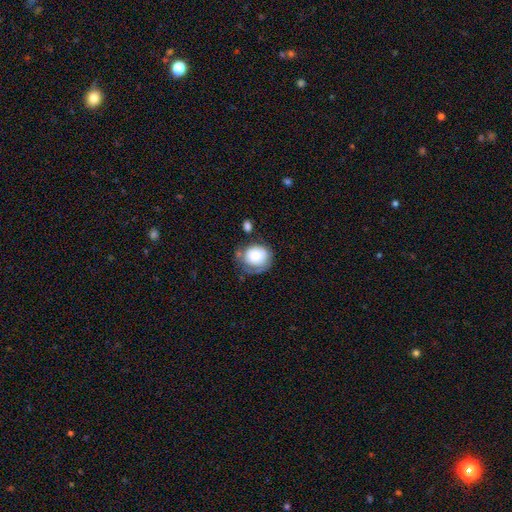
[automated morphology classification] type=smooth (71%); roundness=round (72%); merging=none (43%).